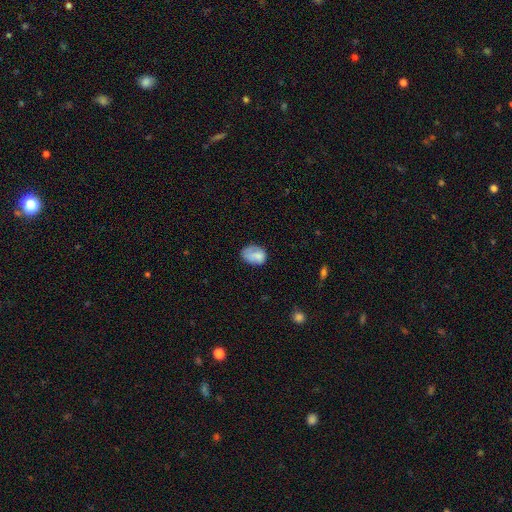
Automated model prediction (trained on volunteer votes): This is likely a smooth galaxy (75%). How rounded: likely in between (70%). Merging: possibly none (51%).